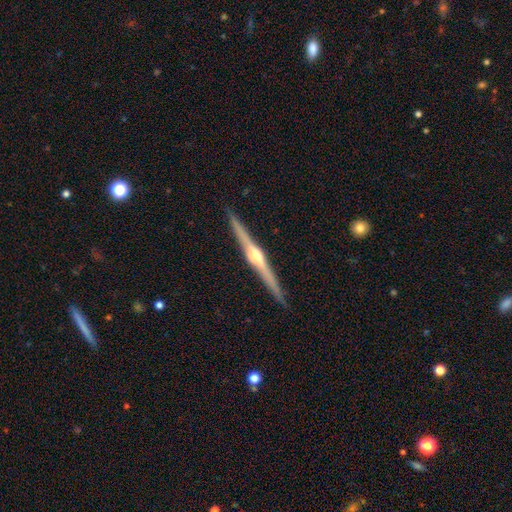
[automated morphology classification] This appears to be a featured or disk galaxy (87%) viewed edge-on (99%) with a rounded central bulge (93%). Merging: none (92%).